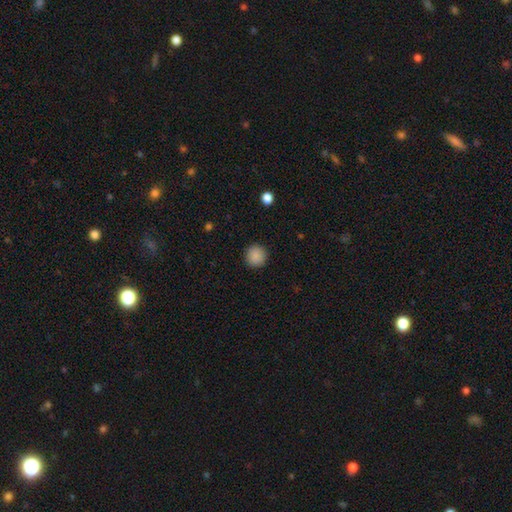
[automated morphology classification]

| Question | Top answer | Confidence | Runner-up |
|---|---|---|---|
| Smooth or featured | smooth | 88% | star or artifact (9%) |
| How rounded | round | 95% | in between (4%) |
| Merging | none | 92% | minor disturbance (5%) |